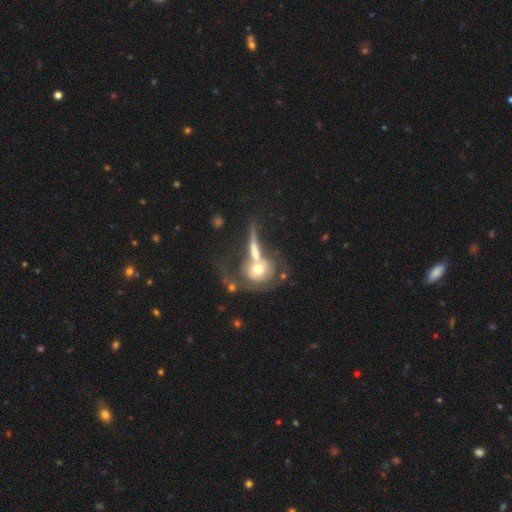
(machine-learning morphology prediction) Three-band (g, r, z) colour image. It shows a featured or disk galaxy (56%). Merging: merger (57%).